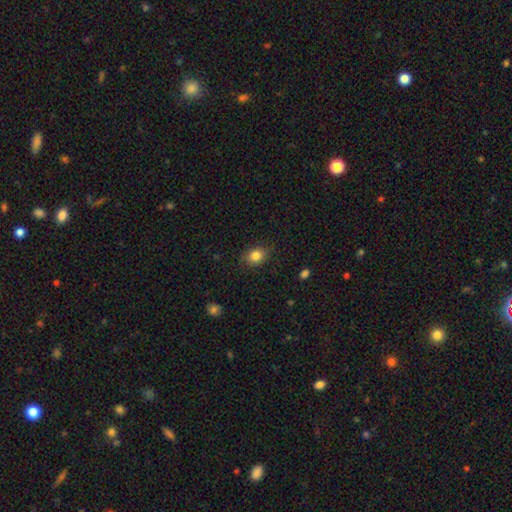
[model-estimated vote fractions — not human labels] A smooth galaxy with no disk features (83%) that is in between round and cigar-shaped (59%).

Vote fractions:
- Smooth or featured? smooth: 83% / star or artifact: 10% / featured or disk: 7%
- How rounded? in between: 59% / round: 40% / cigar-shaped: 1%
- Merging? none: 81% / minor disturbance: 14% / major disturbance: 3% / merger: 1%